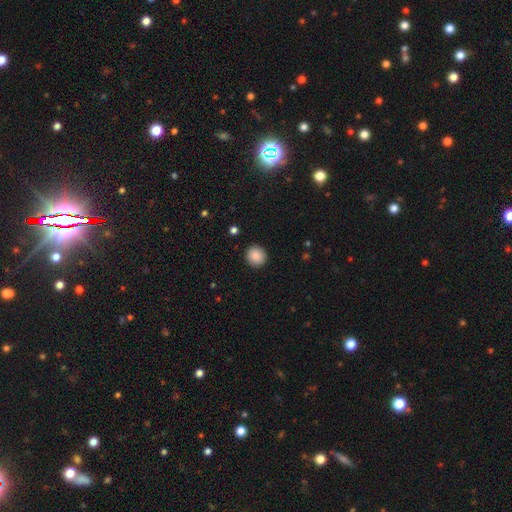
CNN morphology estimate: smooth_or_featured: smooth (p=0.88) [alt: star or artifact p=0.08]
how_rounded: round (p=0.91) [alt: in between p=0.08]
merging: none (p=0.91) [alt: minor disturbance p=0.06]